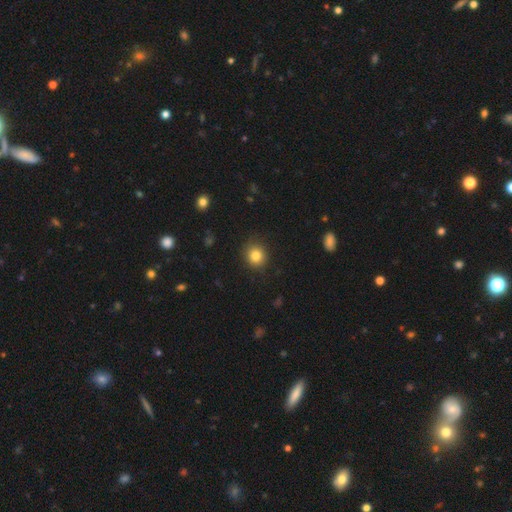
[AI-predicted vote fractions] Smooth or featured: smooth — 83% (star or artifact — 11%)
How rounded: round — 84% (in between — 15%)
Merging: none — 88% (minor disturbance — 8%)